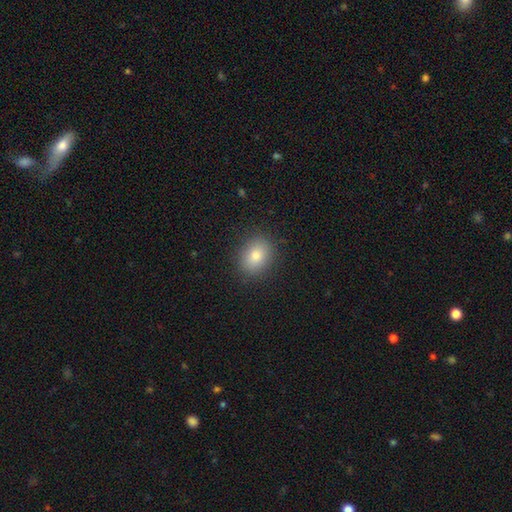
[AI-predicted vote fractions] smooth-or-featured: smooth: 81% | star or artifact: 11% | featured or disk: 8%
  how-rounded: in between: 55% | round: 43% | cigar-shaped: 1%
  merging: none: 89% | minor disturbance: 8% | major disturbance: 2% | merger: 1%